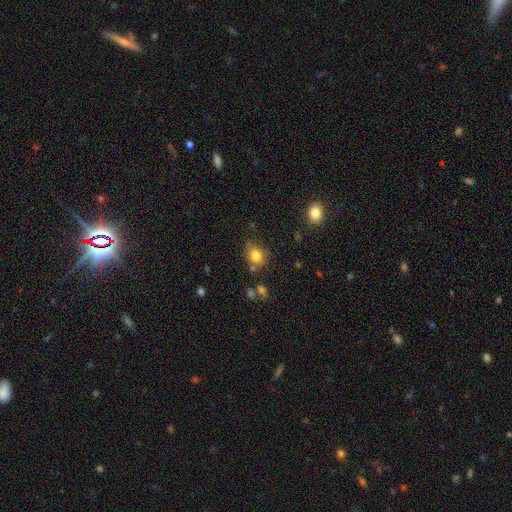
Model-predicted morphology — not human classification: The model was most divided on "how rounded": round: 53%, in between: 46%, cigar-shaped: 1%. More confident: smooth or featured — smooth (80%); merging — none (68%).